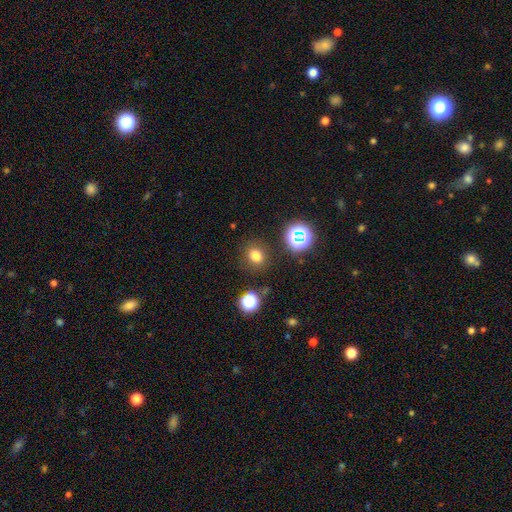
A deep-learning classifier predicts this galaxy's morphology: A smooth galaxy with no disk features (75%) that is round (71%). Merging: none (85%).